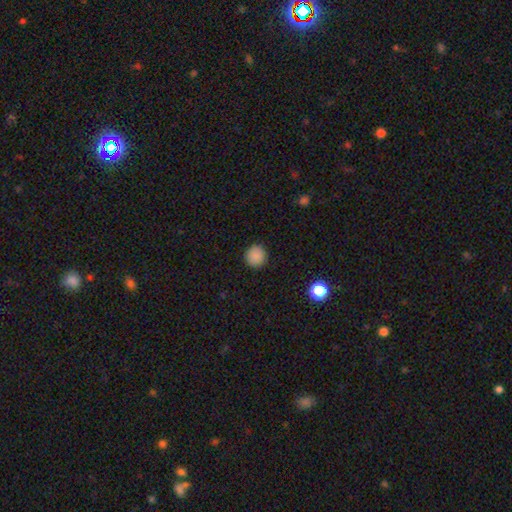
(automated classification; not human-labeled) Smooth or featured: smooth — 88% (star or artifact — 10%)
How rounded: round — 94% (in between — 5%)
Merging: none — 92% (minor disturbance — 5%)